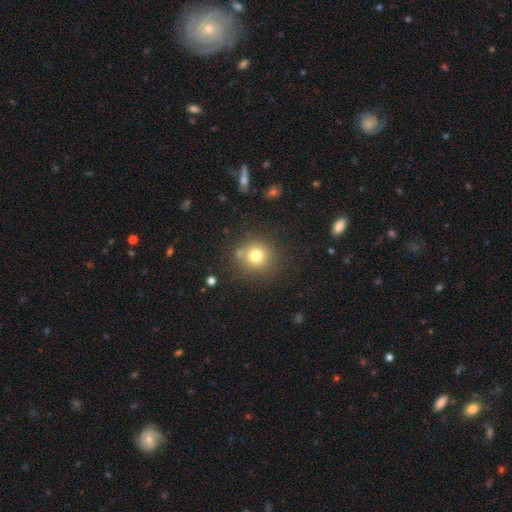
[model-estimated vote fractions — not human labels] This is likely a smooth galaxy (75%). How rounded: clearly round (92%). Merging: likely none (79%).